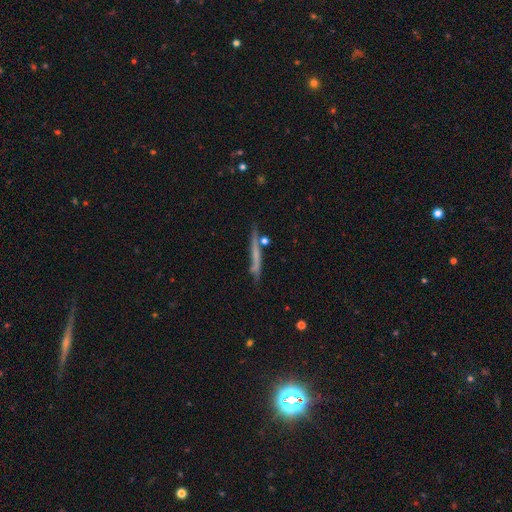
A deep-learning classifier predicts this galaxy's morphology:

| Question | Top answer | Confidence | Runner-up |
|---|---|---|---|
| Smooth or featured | smooth | 48% | featured or disk (43%) |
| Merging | none | 71% | minor disturbance (18%) |